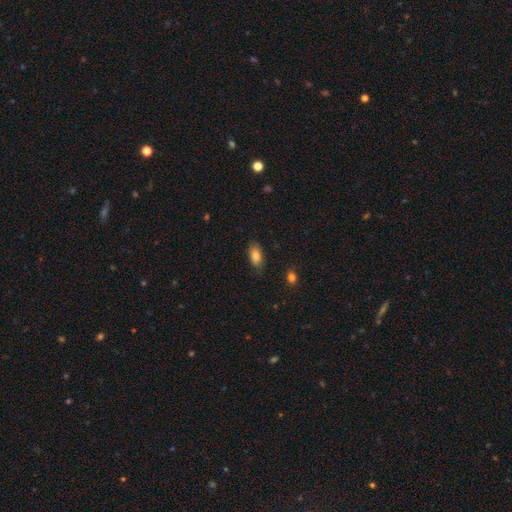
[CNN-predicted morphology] type=smooth (83%); roundness=in between (90%); merging=none (81%).